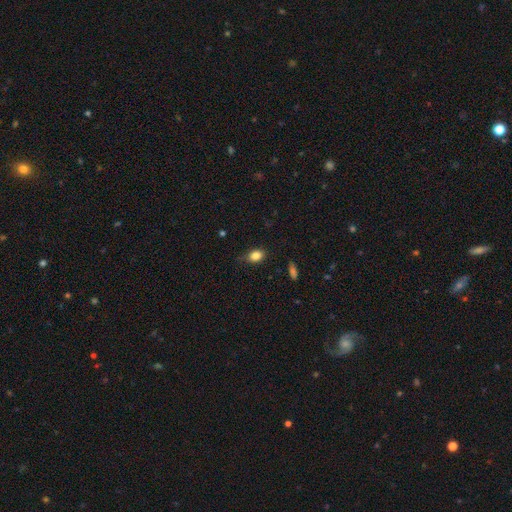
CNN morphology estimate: Smooth or featured? Predicted: smooth (p=0.84). How rounded? Predicted: in between (p=0.71). Merging? Predicted: none (p=0.67).